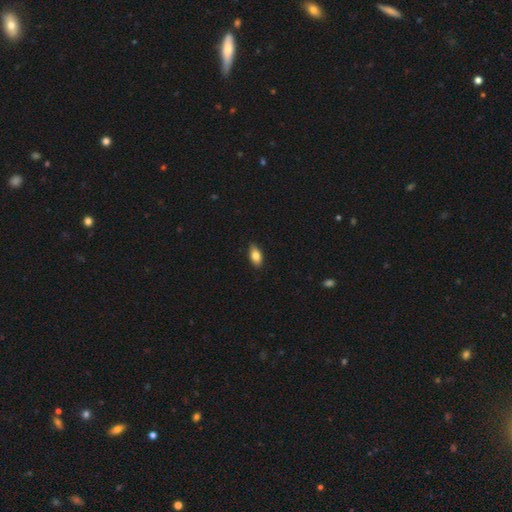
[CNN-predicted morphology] Q: Smooth or featured?
A: smooth (81%); runner-up: featured or disk (11%)
Q: How rounded?
A: in between (90%); runner-up: cigar-shaped (5%)
Q: Merging?
A: none (83%); runner-up: minor disturbance (14%)